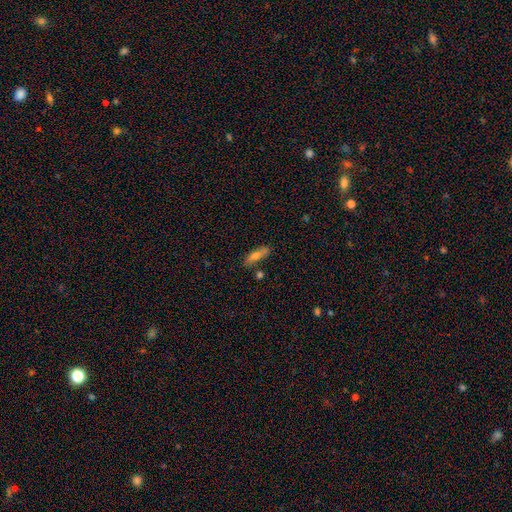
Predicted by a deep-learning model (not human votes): A smooth galaxy with no disk features (65%) that is cigar-shaped (62%). Merging: none (73%).